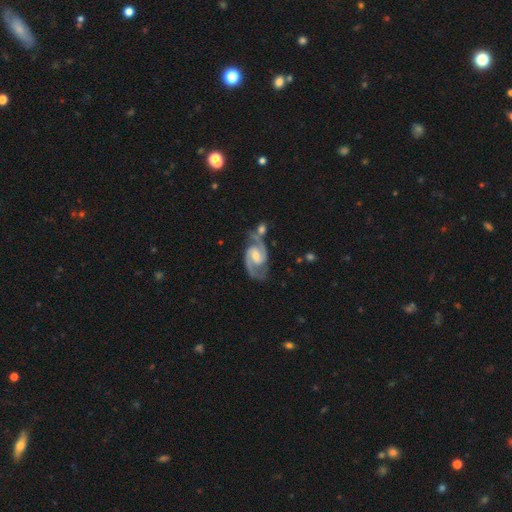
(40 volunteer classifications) A featured or disk galaxy (92%) with a weak bar (56%), 2 (97%) medium (81%) spiral arms (100%) and a moderate central bulge (58%).

Vote fractions:
- Smooth or featured? featured or disk: 92% / star or artifact: 5% / smooth: 2%
- Edge-on disk? no: 97% / yes: 3%
- Bar? weak: 56% / no: 31% / strong: 14%
- Spiral arms? yes: 100% / no: 0%
- Spiral winding? medium: 81% / tight: 11% / loose: 8%
- Spiral arm count? 2: 97% / 3: 3% / 1: 0% / 4: 0% / more than 4: 0% / can't tell: 0%
- Bulge size? moderate: 58% / small: 36% / large: 3% / none: 3% / dominant: 0%
- Merging? none: 68% / minor disturbance: 21% / merger: 11% / major disturbance: 0%